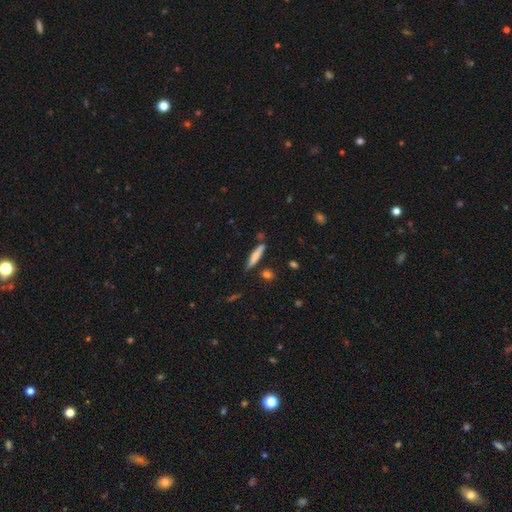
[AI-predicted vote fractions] This appears to be a smooth galaxy with no disk features (67%) that is cigar-shaped (87%). Merging: none (78%).